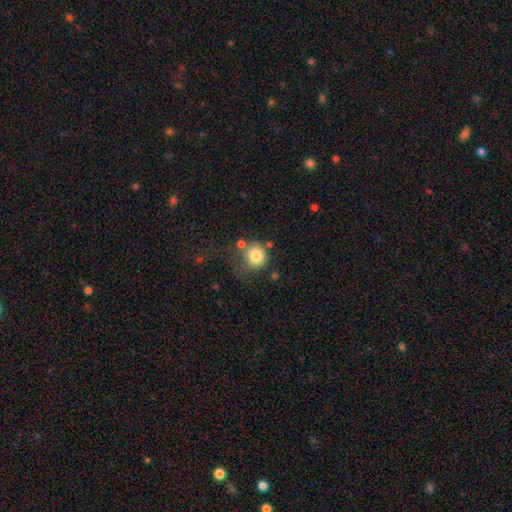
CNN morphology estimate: Smooth or featured? Predicted: smooth (p=0.81). How rounded? Predicted: round (p=0.86). Merging? Predicted: none (p=0.58).